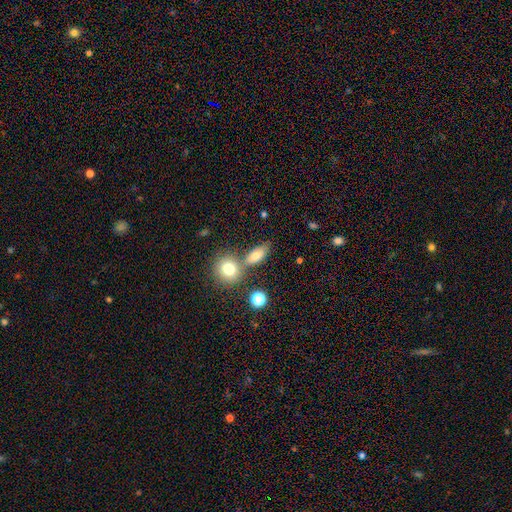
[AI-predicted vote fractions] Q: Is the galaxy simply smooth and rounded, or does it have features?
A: smooth — 76%.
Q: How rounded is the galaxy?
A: in between — 70%.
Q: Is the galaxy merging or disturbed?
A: none — 61%.